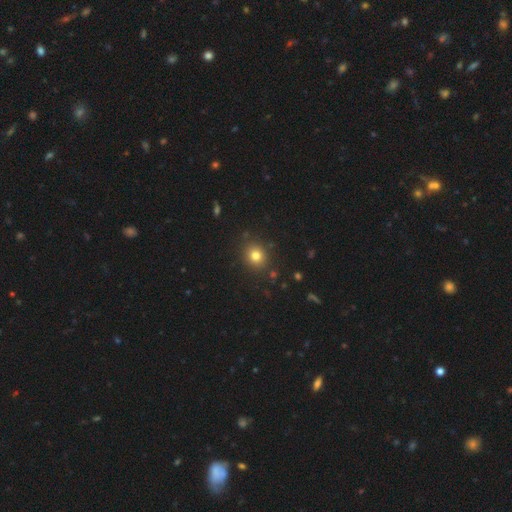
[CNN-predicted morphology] Smooth or featured? smooth (78%)
How rounded? round (76%)
Merging? none (87%)